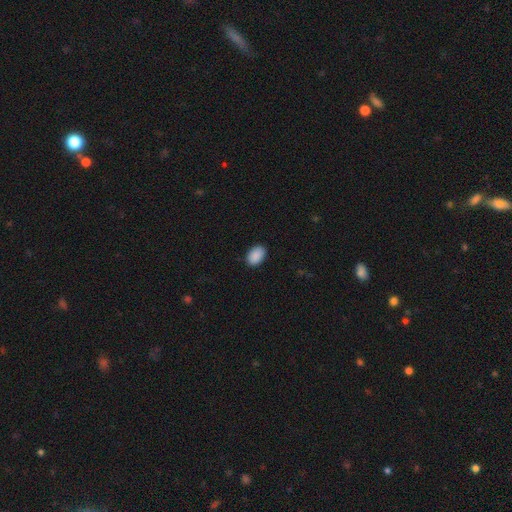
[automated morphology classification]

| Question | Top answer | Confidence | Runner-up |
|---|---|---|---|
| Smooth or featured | smooth | 90% | star or artifact (7%) |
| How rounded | in between | 89% | round (10%) |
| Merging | none | 89% | minor disturbance (9%) |